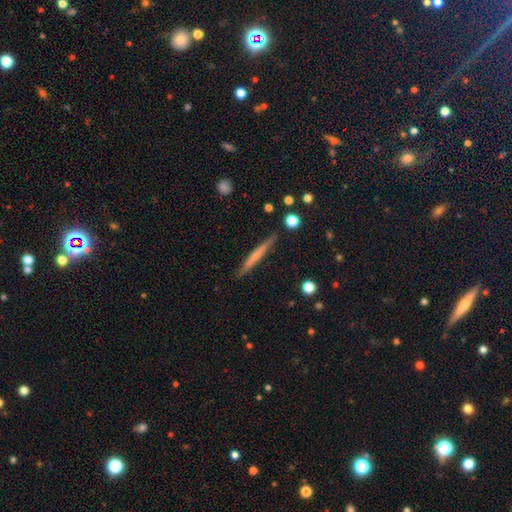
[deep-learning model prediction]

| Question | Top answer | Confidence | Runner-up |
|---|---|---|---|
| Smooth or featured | smooth | 47% | tied: featured or disk (47%) |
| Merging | none | 90% | minor disturbance (7%) |